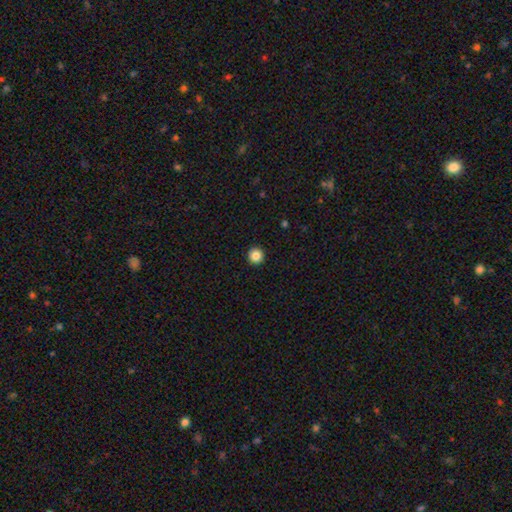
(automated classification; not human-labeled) Smooth or featured?
  - smooth: 85% *
  - star or artifact: 10%
  - featured or disk: 4%
How rounded?
  - round: 96% *
  - in between: 3%
  - cigar-shaped: 1%
Merging?
  - none: 94% *
  - minor disturbance: 4%
  - major disturbance: 1%
  - merger: 1%